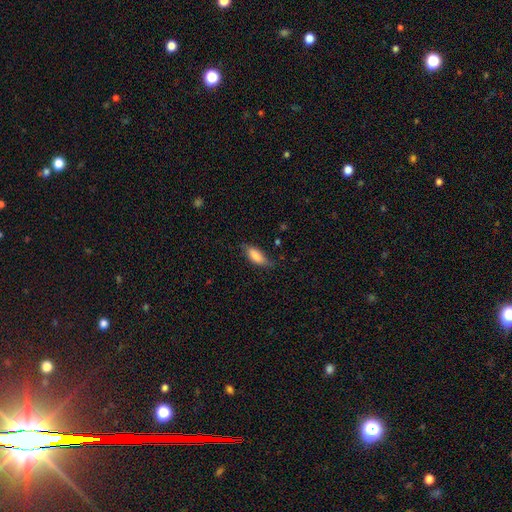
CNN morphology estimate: A smooth galaxy with no disk features (80%) that is in between round and cigar-shaped (81%). Merging: none (57%).